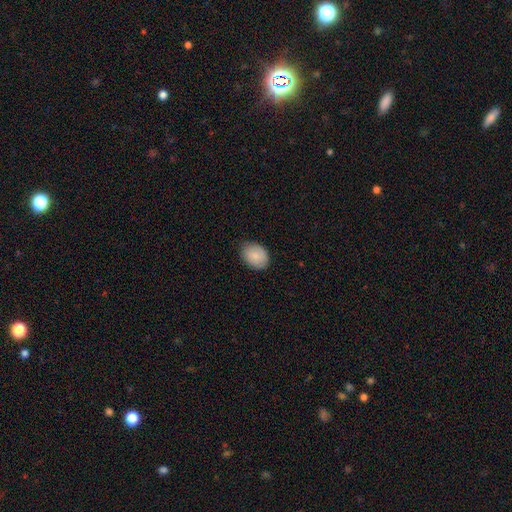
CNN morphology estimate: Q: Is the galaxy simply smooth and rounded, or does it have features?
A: smooth — 86%.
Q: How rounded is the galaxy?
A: in between — 69%.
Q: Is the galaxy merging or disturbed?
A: none — 78%.